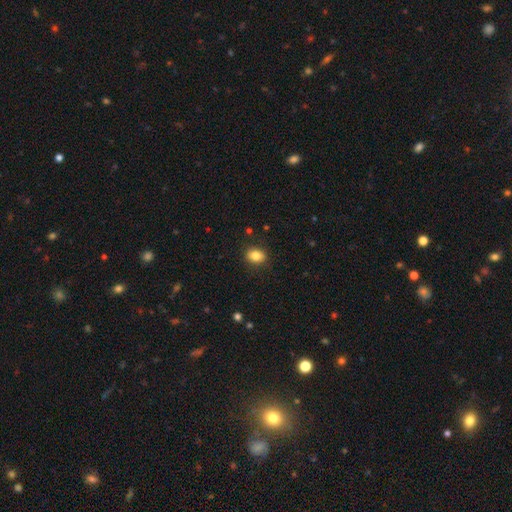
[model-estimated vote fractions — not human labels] smooth 84%, star or artifact 9%, featured or disk 7%. Down the decision tree: how rounded — in between (65%); merging — none (87%).